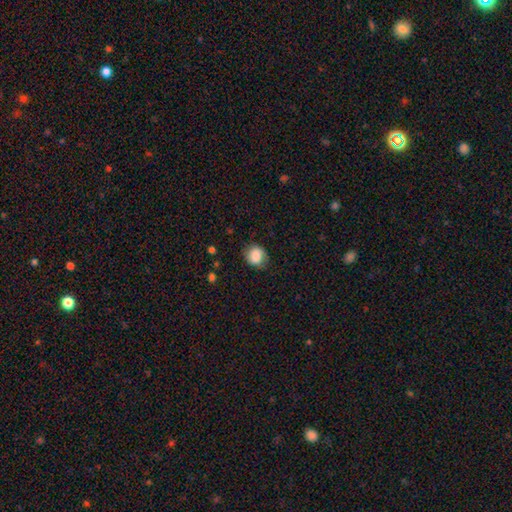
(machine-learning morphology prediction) Smooth or featured? smooth (82%)
How rounded? round (73%)
Merging? none (76%)